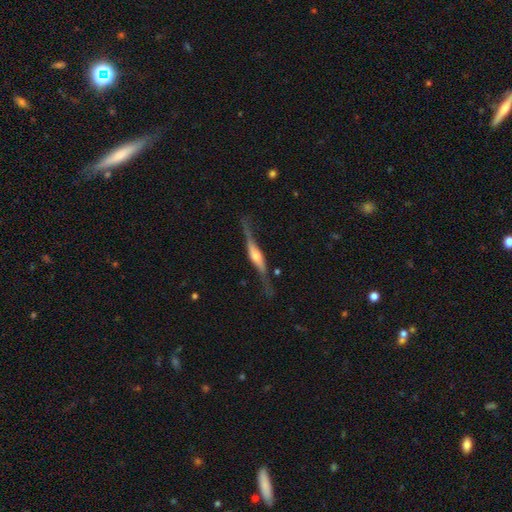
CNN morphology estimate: featured or disk 81%, smooth 14%, star or artifact 5%. Down the decision tree: edge-on disk — yes (94%); edge-on bulge — rounded (83%); merging — none (73%).